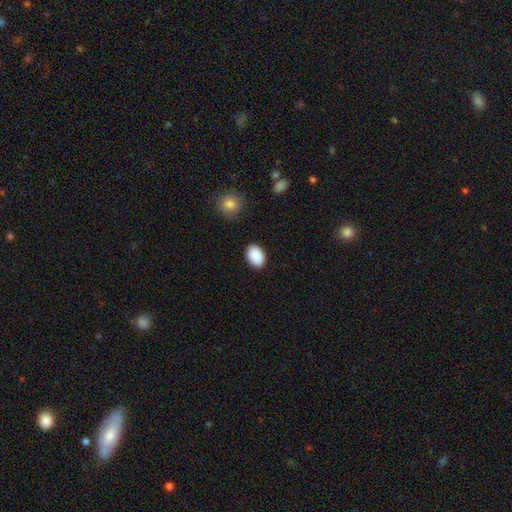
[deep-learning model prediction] This is clearly a smooth galaxy (90%). How rounded: clearly in between (82%). Merging: clearly none (87%).